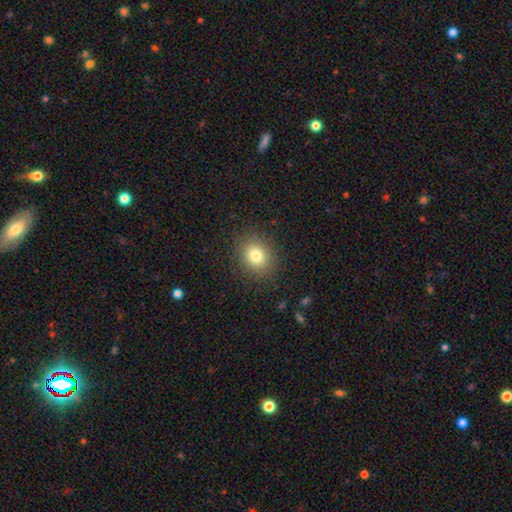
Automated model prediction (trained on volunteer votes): This is likely a smooth galaxy (79%). How rounded: likely round (61%). Merging: clearly none (88%).